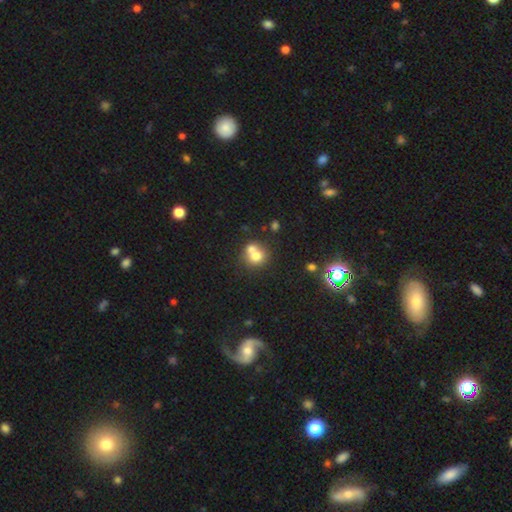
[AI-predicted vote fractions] This appears to be a smooth galaxy with no disk features (70%) that is round (80%). Merging: merger (52%).